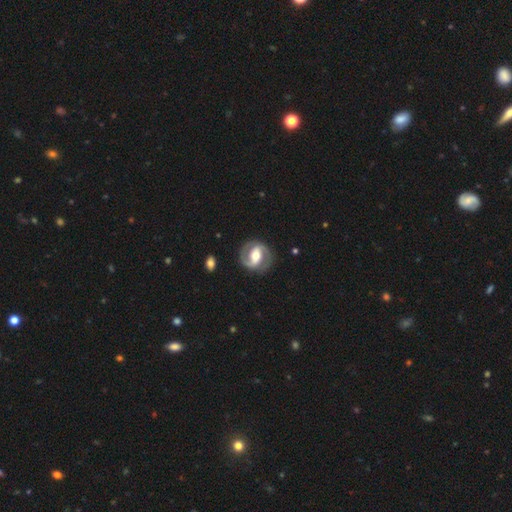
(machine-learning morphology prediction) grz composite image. It shows a featured or disk galaxy (84%) with a strong bar (47%), 2 (90%) medium (49%) spiral arms (90%) and a moderate central bulge (68%). Merging: none (83%).